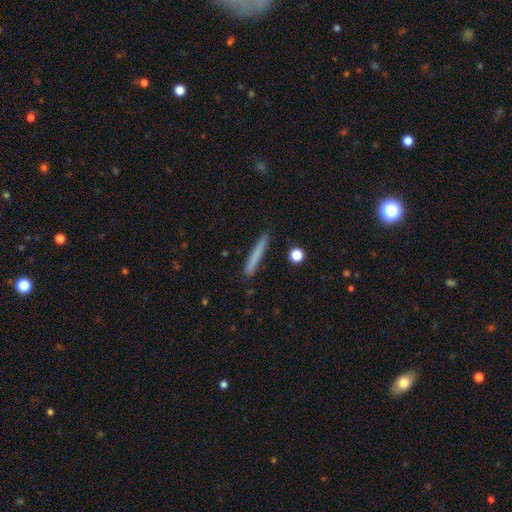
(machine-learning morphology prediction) A smooth galaxy with no disk features (73%) that is cigar-shaped (96%).

Vote fractions:
- Smooth or featured? smooth: 73% / featured or disk: 20% / star or artifact: 7%
- How rounded? cigar-shaped: 96% / in between: 3% / round: 1%
- Merging? none: 88% / minor disturbance: 9% / major disturbance: 2% / merger: 2%